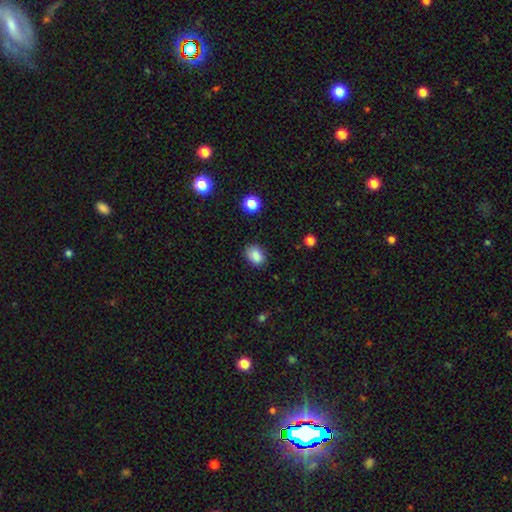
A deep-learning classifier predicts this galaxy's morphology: smooth 84%, star or artifact 10%, featured or disk 6%. Down the decision tree: how rounded — in between (69%); merging — none (76%).